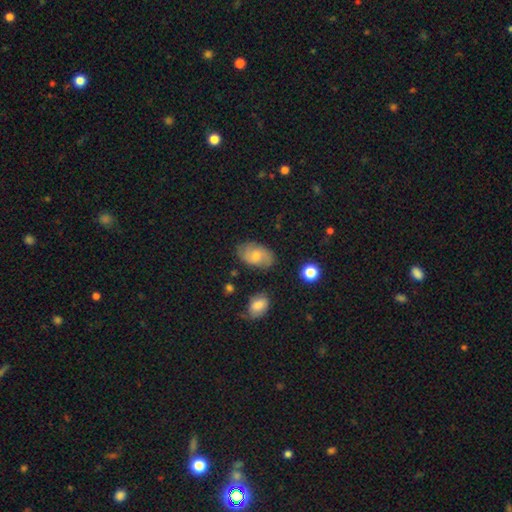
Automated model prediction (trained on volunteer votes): The model was most divided on "smooth or featured": smooth: 47%, featured or disk: 44%, star or artifact: 9%. More confident: merging — none (77%).